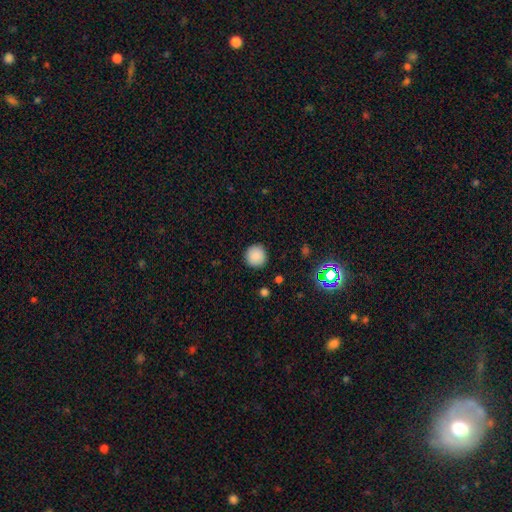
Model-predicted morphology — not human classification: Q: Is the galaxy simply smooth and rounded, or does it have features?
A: smooth — 87%.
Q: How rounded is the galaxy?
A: round — 94%.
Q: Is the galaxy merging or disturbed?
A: none — 91%.